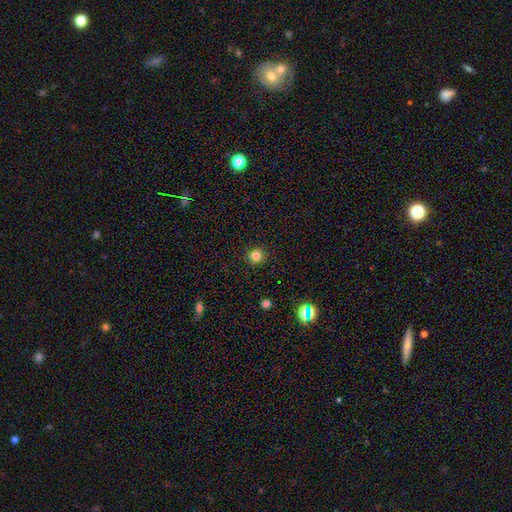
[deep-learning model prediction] Morphology: type=smooth (81%); roundness=round (92%); merging=none (91%).